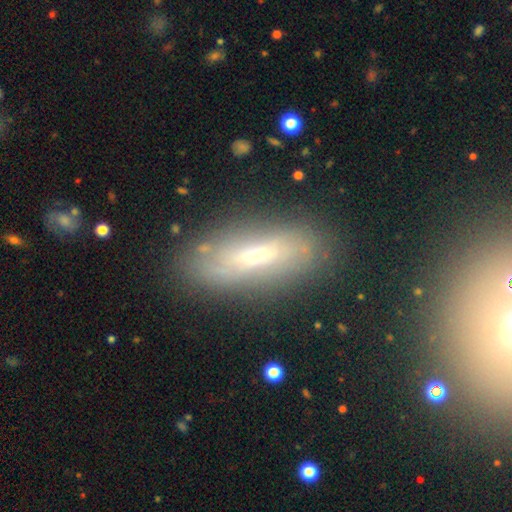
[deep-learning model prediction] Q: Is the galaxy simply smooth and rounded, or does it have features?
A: featured or disk — 49%.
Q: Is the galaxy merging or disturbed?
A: none — 78%.